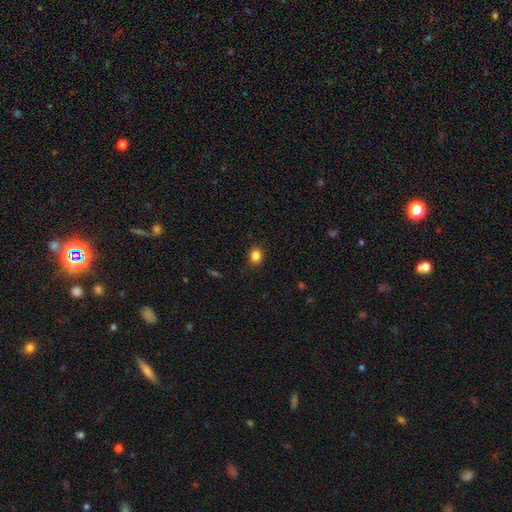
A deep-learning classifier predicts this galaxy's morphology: Q: Smooth or featured?
A: smooth (84%); runner-up: star or artifact (11%)
Q: How rounded?
A: round (66%); runner-up: in between (33%)
Q: Merging?
A: none (89%); runner-up: minor disturbance (8%)